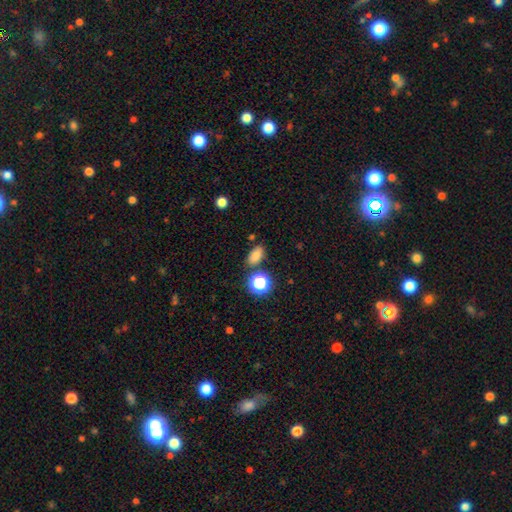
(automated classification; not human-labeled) Smooth or featured? smooth (80%)
How rounded? in between (83%)
Merging? none (77%)